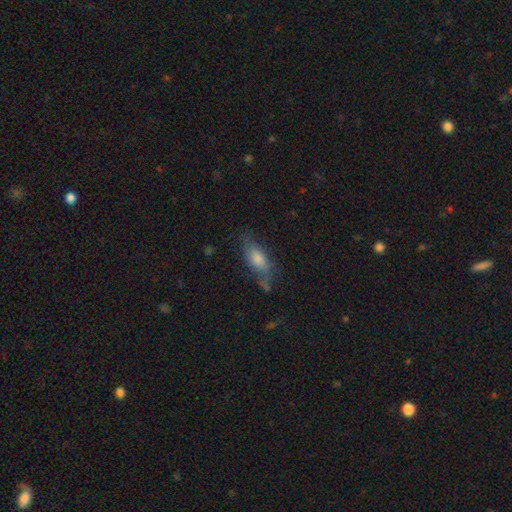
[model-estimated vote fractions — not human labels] Q: Smooth or featured?
A: smooth (54%); runner-up: featured or disk (33%)
Q: How rounded?
A: in between (68%); runner-up: cigar-shaped (28%)
Q: Merging?
A: none (62%); runner-up: minor disturbance (24%)